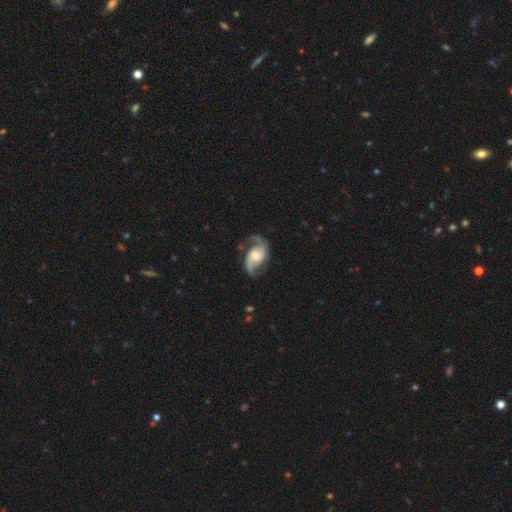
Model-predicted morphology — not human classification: Smooth or featured?
  - featured or disk: 91% *
  - smooth: 5%
  - star or artifact: 4%
Edge-on disk?
  - no: 98% *
  - yes: 2%
Bar?
  - no: 45% *
  - weak: 42%
  - strong: 13%
Spiral arms?
  - yes: 98% *
  - no: 2%
Spiral winding?
  - medium: 49% *
  - loose: 39%
  - tight: 12%
Spiral arm count?
  - 2: 93% *
  - can't tell: 2%
  - 1: 2%
  - 3: 1%
  - 4: 1%
  - more than 4: 1%
Bulge size?
  - moderate: 50% *
  - small: 31%
  - large: 11%
  - none: 6%
  - dominant: 2%
Merging?
  - none: 76% *
  - minor disturbance: 15%
  - major disturbance: 8%
  - merger: 2%